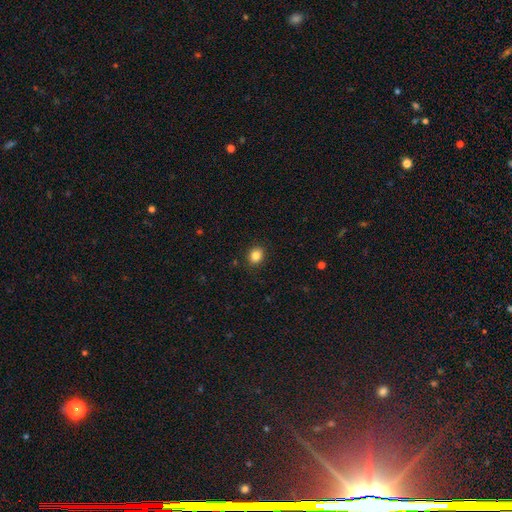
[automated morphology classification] smooth_or_featured: smooth (p=0.84) [alt: star or artifact p=0.10]
how_rounded: round (p=0.61) [alt: in between p=0.38]
merging: none (p=0.89) [alt: minor disturbance p=0.08]